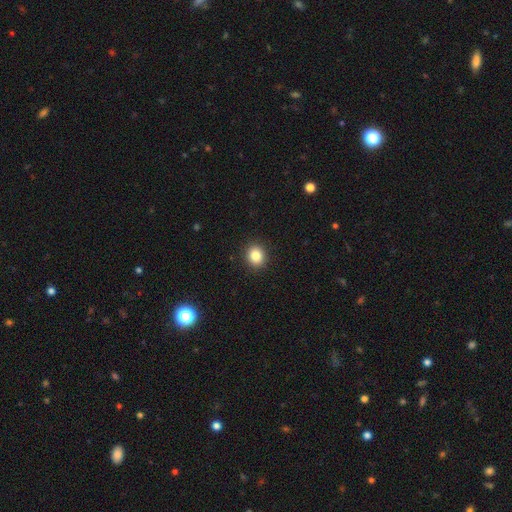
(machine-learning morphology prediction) Smooth or featured?
  - smooth: 84% *
  - star or artifact: 10%
  - featured or disk: 6%
How rounded?
  - round: 74% *
  - in between: 26%
  - cigar-shaped: 1%
Merging?
  - none: 91% *
  - minor disturbance: 6%
  - major disturbance: 2%
  - merger: 1%